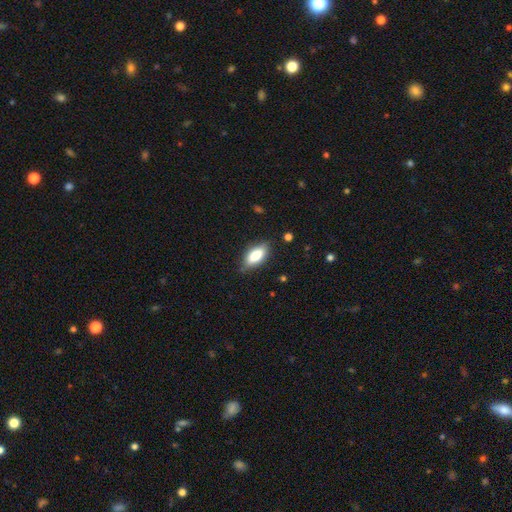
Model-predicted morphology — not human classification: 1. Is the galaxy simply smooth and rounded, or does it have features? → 77% smooth, 16% featured or disk, 7% star or artifact.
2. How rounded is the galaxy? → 84% in between, 14% cigar-shaped, 3% round.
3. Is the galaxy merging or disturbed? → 81% none, 15% minor disturbance, 3% major disturbance, 1% merger.